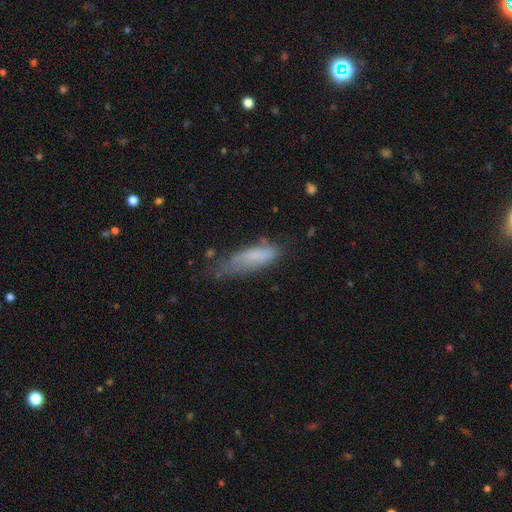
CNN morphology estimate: smooth 69%, featured or disk 22%, star or artifact 9%. Down the decision tree: how rounded — cigar-shaped (53%); merging — none (40%).